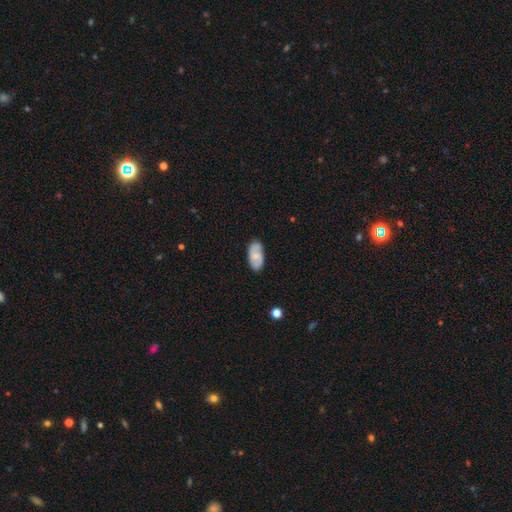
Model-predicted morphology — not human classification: The model was most divided on "smooth or featured": smooth: 49%, featured or disk: 44%, star or artifact: 7%. More confident: merging — none (82%).